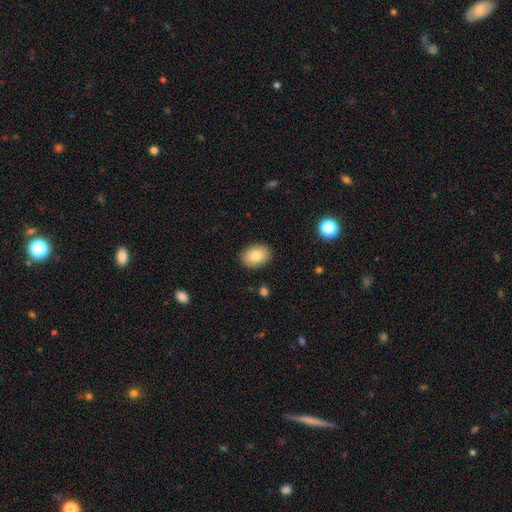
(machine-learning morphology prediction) Smooth or featured: smooth — 83% (featured or disk — 9%)
How rounded: in between — 71% (round — 28%)
Merging: none — 89% (minor disturbance — 8%)